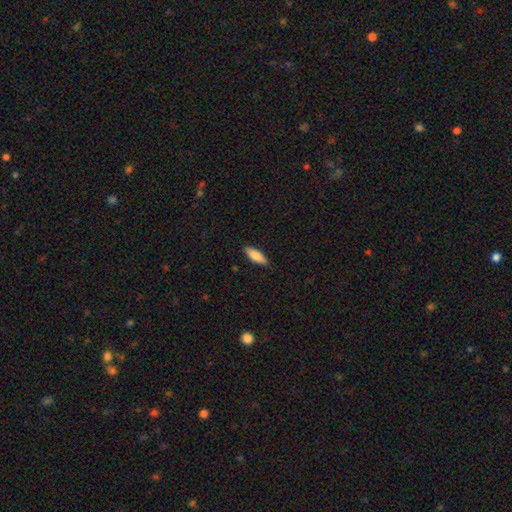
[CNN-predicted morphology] Overall: smooth (84%). How rounded: in between (60%; cigar-shaped 38%). Merging: none (87%).